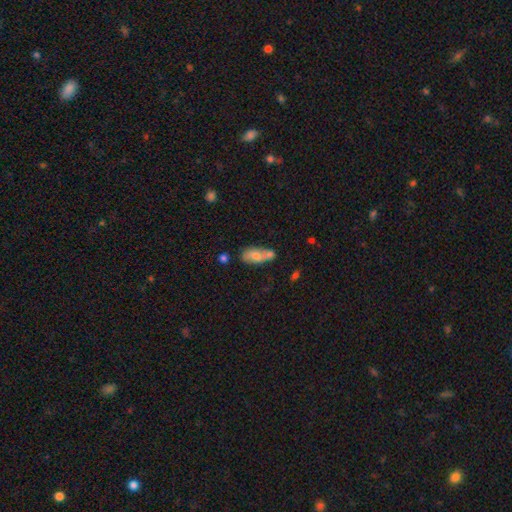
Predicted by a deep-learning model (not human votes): The model was most divided on "merging": none: 43%, merger: 33%, minor disturbance: 18%, major disturbance: 6%. More confident: how rounded — in between (83%); smooth or featured — smooth (59%).